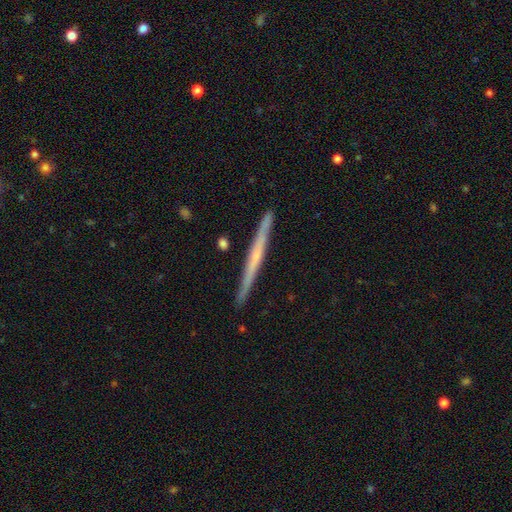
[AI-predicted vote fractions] A featured or disk galaxy (62%) viewed edge-on (98%) with no central bulge (70%). Merging: none (91%).